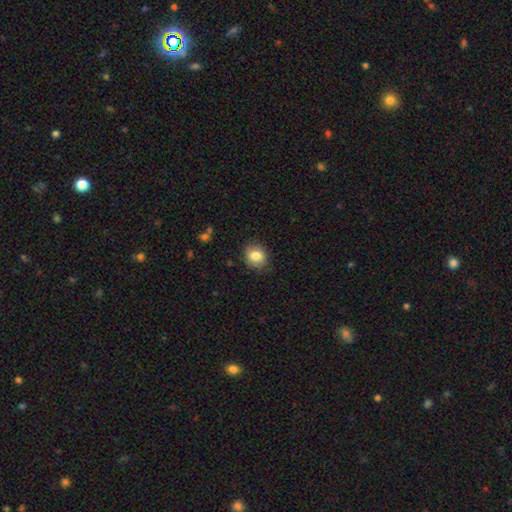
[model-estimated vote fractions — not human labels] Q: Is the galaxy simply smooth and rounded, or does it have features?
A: smooth — 83%.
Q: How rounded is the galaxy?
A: round — 65%.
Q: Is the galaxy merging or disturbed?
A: none — 83%.